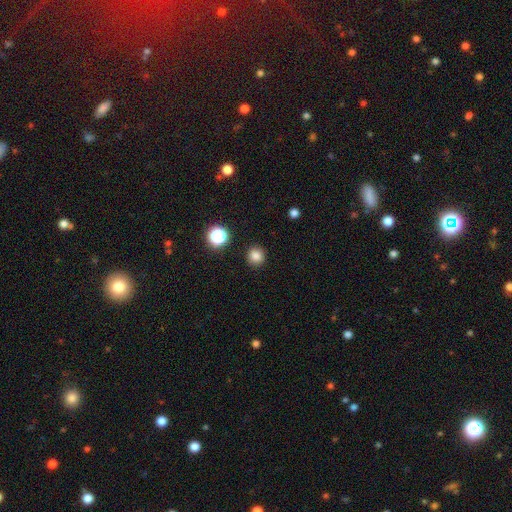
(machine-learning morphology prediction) This appears to be a smooth galaxy with no disk features (82%) that is round (93%). Merging: none (91%).